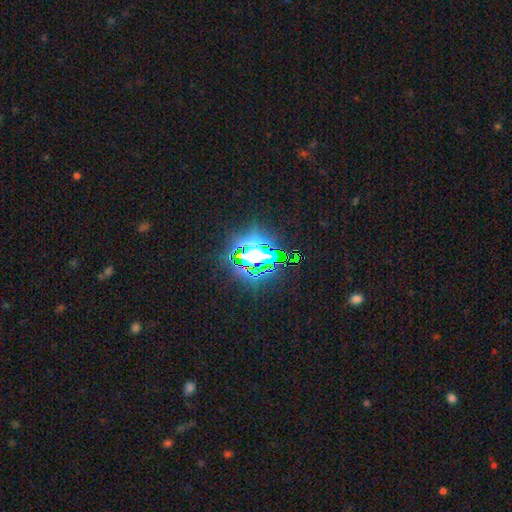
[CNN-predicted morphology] Smooth or featured?
  - star or artifact: 74% *
  - smooth: 15%
  - featured or disk: 11%